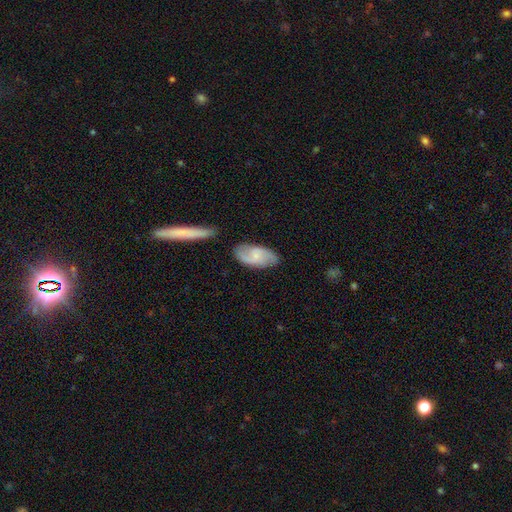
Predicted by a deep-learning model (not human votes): Overall: featured or disk (52%; smooth 42%). Edge-on disk: no (93%). Merging: none (75%).